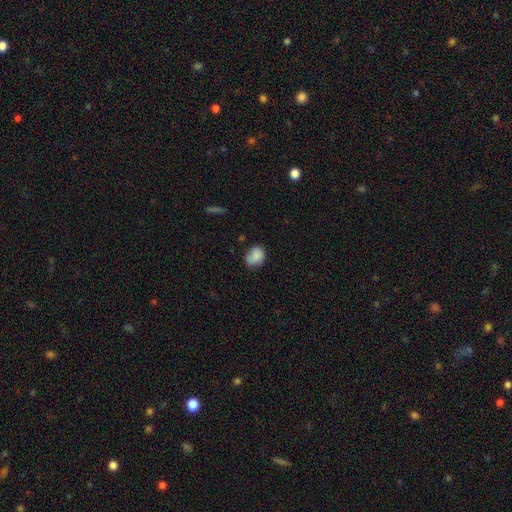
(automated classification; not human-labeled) smooth_or_featured: smooth (p=0.84) [alt: star or artifact p=0.08]
how_rounded: in between (p=0.57) [alt: round p=0.42]
merging: none (p=0.64) [alt: minor disturbance p=0.28]